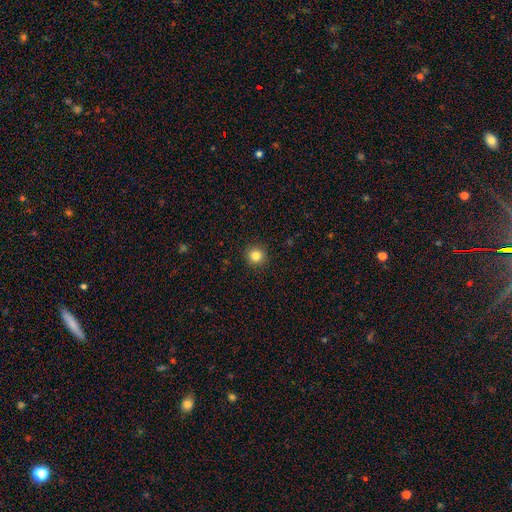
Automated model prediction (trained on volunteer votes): Smooth or featured?
  - smooth: 83% *
  - star or artifact: 12%
  - featured or disk: 5%
How rounded?
  - round: 94% *
  - in between: 5%
  - cigar-shaped: 1%
Merging?
  - none: 92% *
  - minor disturbance: 5%
  - major disturbance: 2%
  - merger: 1%